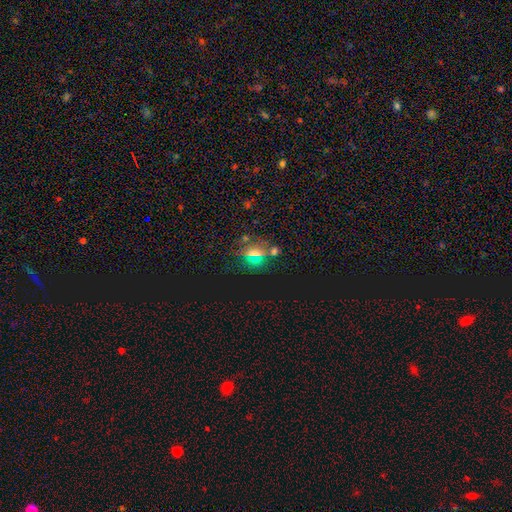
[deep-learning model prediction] This appears to be a star or artifact, not a galaxy (45%).